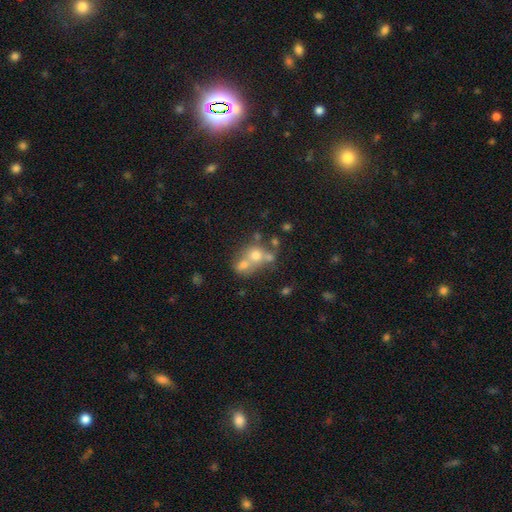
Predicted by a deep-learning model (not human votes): A smooth galaxy with no disk features (57%) that is round (71%).

Vote fractions:
- Smooth or featured? smooth: 57% / featured or disk: 27% / star or artifact: 16%
- How rounded? round: 71% / in between: 28% / cigar-shaped: 1%
- Merging? merger: 55% / none: 31% / minor disturbance: 8% / major disturbance: 5%